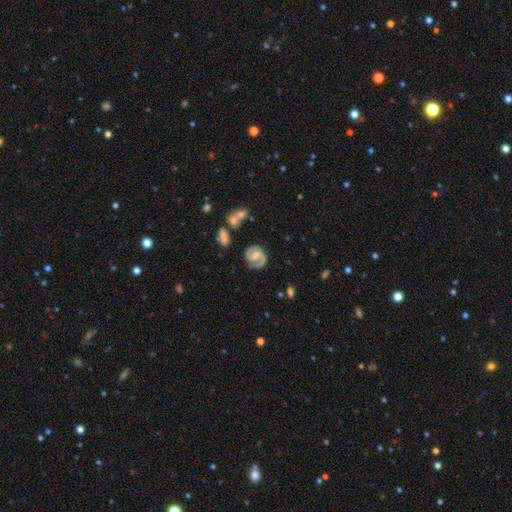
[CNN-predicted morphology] Smooth or featured?
  - featured or disk: 79% *
  - smooth: 15%
  - star or artifact: 6%
Edge-on disk?
  - no: 98% *
  - yes: 2%
Bar?
  - weak: 50% *
  - no: 34%
  - strong: 17%
Spiral arms?
  - yes: 94% *
  - no: 6%
Spiral winding?
  - medium: 46% *
  - tight: 40%
  - loose: 14%
Spiral arm count?
  - 2: 77% *
  - 1: 15%
  - can't tell: 6%
  - 3: 1%
  - 4: 1%
  - more than 4: 1%
Bulge size?
  - moderate: 41% *
  - small: 31%
  - none: 20%
  - large: 7%
  - dominant: 1%
Merging?
  - none: 71% *
  - minor disturbance: 18%
  - major disturbance: 8%
  - merger: 4%